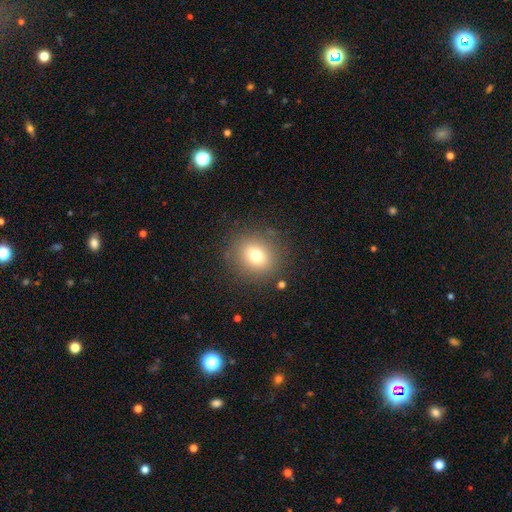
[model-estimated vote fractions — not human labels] smooth_or_featured: smooth (p=0.74) [alt: star or artifact p=0.14]
how_rounded: round (p=0.78) [alt: in between p=0.21]
merging: none (p=0.85) [alt: minor disturbance p=0.09]